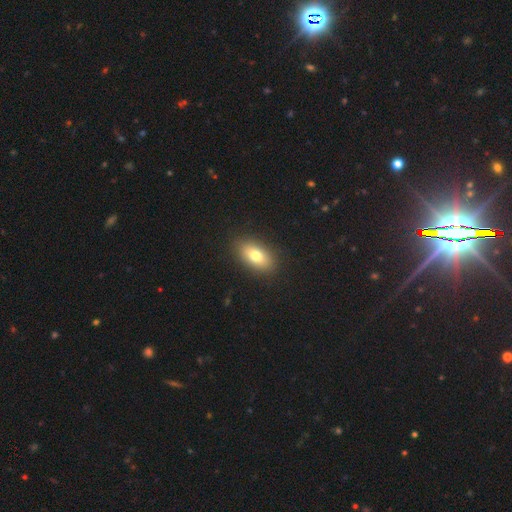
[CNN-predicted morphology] A smooth galaxy with no disk features (77%) that is in between round and cigar-shaped (89%). Merging: none (88%).